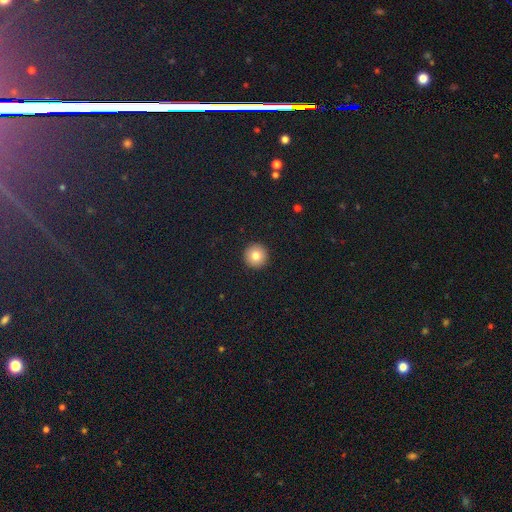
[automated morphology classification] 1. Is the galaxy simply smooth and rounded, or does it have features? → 81% smooth, 11% star or artifact, 8% featured or disk.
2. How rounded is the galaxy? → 97% round, 2% in between, 1% cigar-shaped.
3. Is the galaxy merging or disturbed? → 94% none, 4% minor disturbance, 1% major disturbance, 1% merger.